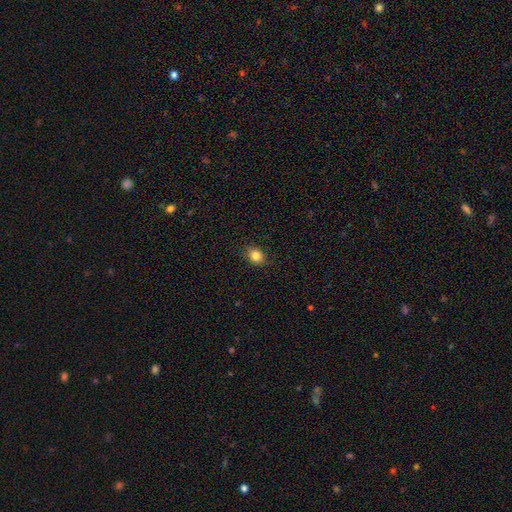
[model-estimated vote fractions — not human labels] smooth 83%, star or artifact 11%, featured or disk 6%. Down the decision tree: how rounded — round (59%); merging — none (86%).